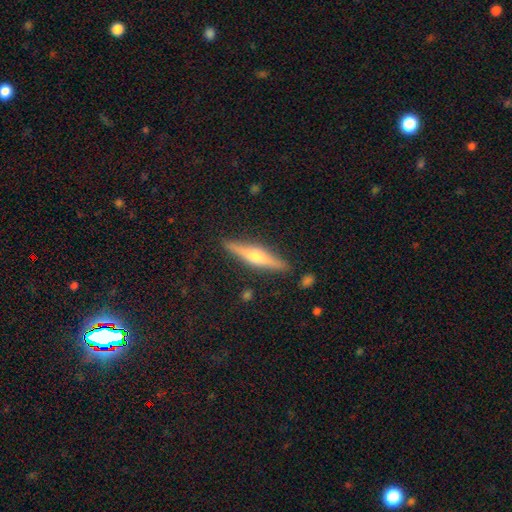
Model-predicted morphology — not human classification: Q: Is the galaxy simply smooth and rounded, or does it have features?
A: featured or disk — 68%.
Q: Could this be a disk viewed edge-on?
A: yes — 97%.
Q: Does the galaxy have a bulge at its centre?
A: rounded — 93%.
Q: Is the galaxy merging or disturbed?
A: none — 89%.